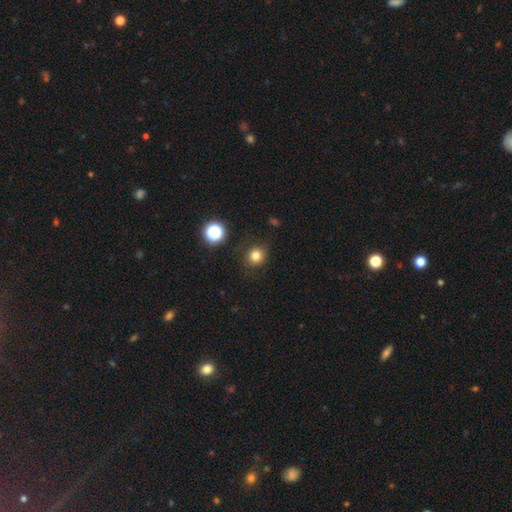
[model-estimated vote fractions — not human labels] Q: Smooth or featured?
A: smooth (80%); runner-up: star or artifact (14%)
Q: How rounded?
A: round (86%); runner-up: in between (13%)
Q: Merging?
A: none (87%); runner-up: minor disturbance (8%)